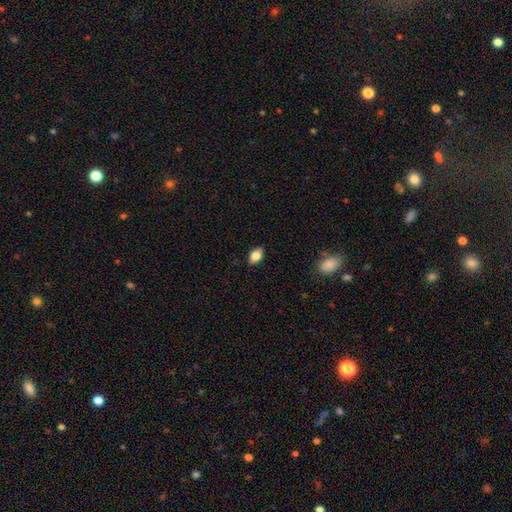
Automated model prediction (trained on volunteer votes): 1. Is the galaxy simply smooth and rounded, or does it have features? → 79% smooth, 13% featured or disk, 8% star or artifact.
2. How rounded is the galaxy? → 87% in between, 9% round, 4% cigar-shaped.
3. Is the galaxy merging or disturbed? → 86% none, 11% minor disturbance, 2% major disturbance, 1% merger.